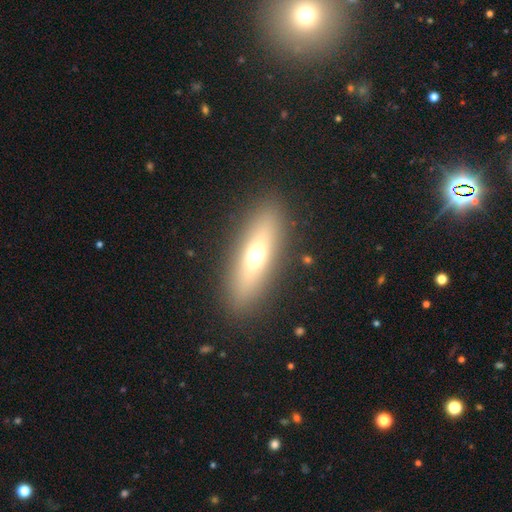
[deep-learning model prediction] Smooth or featured? Predicted: smooth (p=0.57). How rounded? Predicted: cigar-shaped (p=0.55). Merging? Predicted: none (p=0.89).